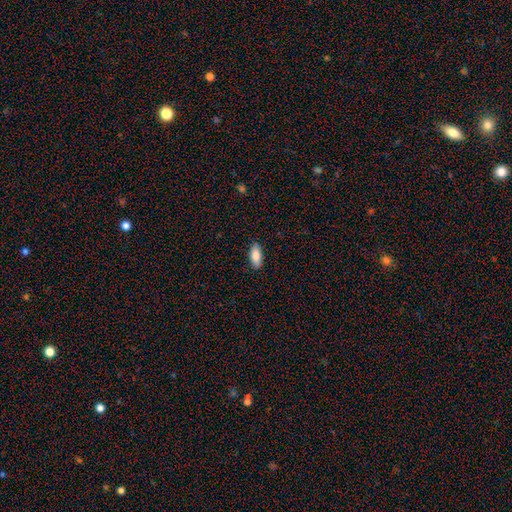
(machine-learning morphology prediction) type=smooth (84%); roundness=in between (85%); merging=none (88%).